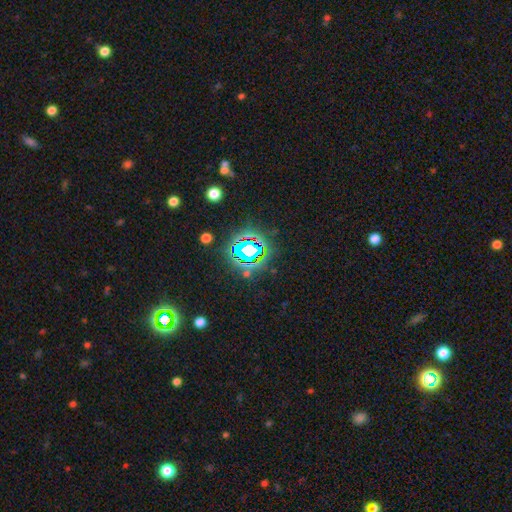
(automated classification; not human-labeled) The model was most divided on "smooth or featured": star or artifact: 78%, smooth: 14%, featured or disk: 9%.